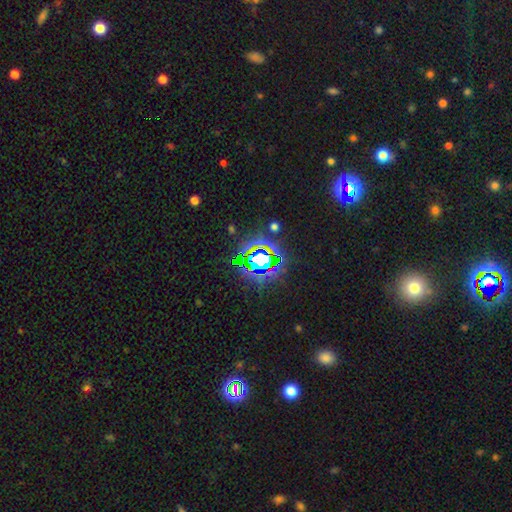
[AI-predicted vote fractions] The model was most divided on "smooth or featured": star or artifact: 72%, smooth: 14%, featured or disk: 14%.